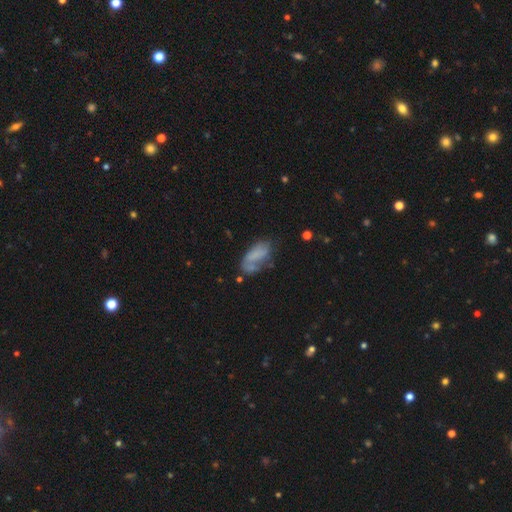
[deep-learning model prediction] This appears to be a smooth galaxy with no disk features (57%) that is in between round and cigar-shaped (87%). Merging: none (39%).